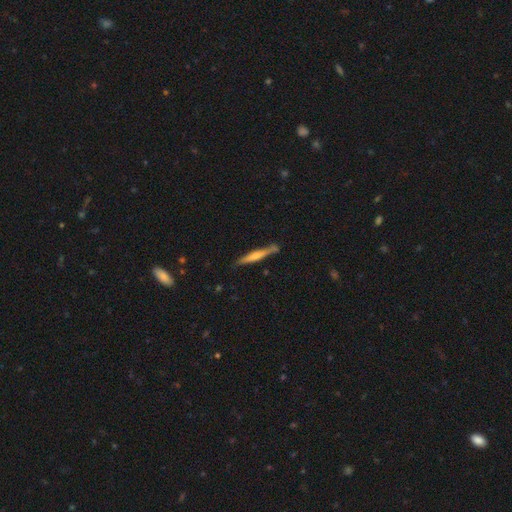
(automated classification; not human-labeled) Q: Smooth or featured?
A: featured or disk (50%); runner-up: smooth (45%)
Q: Merging?
A: none (80%); runner-up: minor disturbance (13%)